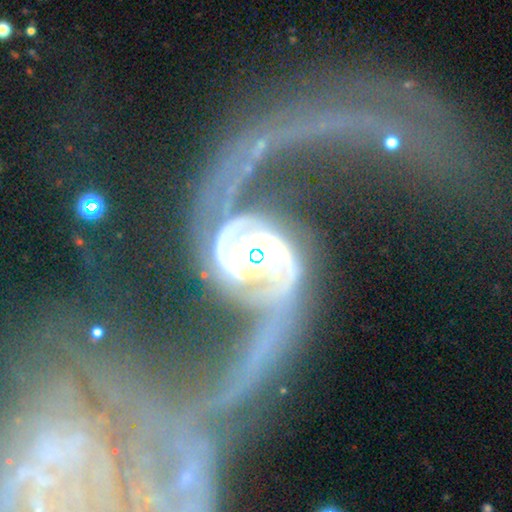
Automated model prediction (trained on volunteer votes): This appears to be a featured or disk galaxy (86%) with no bar (44%), 2 (59%) tight (39%) spiral arms (92%) and a moderate central bulge (51%). Merging: major disturbance (35%).